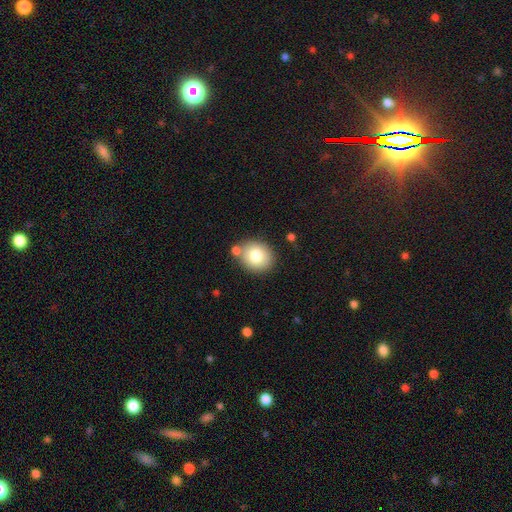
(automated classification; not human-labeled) smooth_or_featured: smooth (p=0.79) [alt: featured or disk p=0.12]
how_rounded: round (p=0.69) [alt: in between p=0.30]
merging: none (p=0.73) [alt: merger p=0.12]